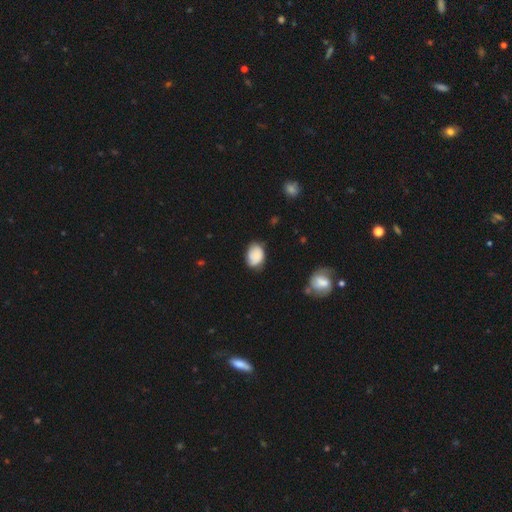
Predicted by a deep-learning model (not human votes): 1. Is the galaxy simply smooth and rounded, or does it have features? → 81% smooth, 12% featured or disk, 8% star or artifact.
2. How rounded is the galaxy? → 72% in between, 27% round, 1% cigar-shaped.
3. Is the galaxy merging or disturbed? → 64% none, 28% minor disturbance, 5% major disturbance, 2% merger.